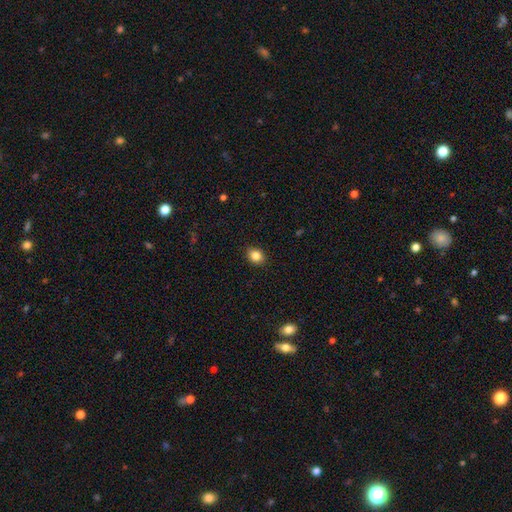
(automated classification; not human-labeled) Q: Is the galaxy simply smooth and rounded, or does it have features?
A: smooth — 84%.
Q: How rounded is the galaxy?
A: in between — 53%.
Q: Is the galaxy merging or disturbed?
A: none — 88%.